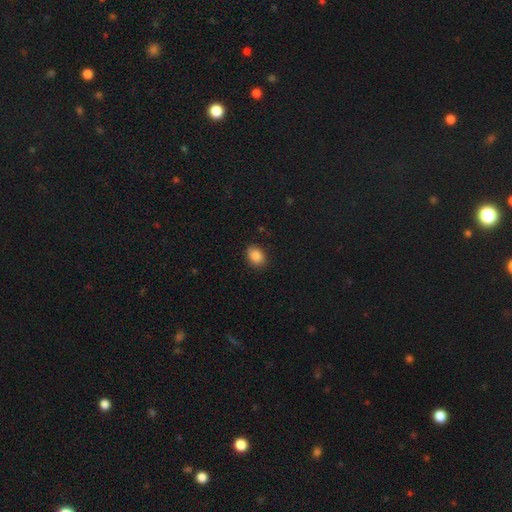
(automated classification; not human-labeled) The model was most divided on "how rounded": in between: 78%, round: 21%, cigar-shaped: 1%. More confident: smooth or featured — smooth (88%); merging — none (87%).